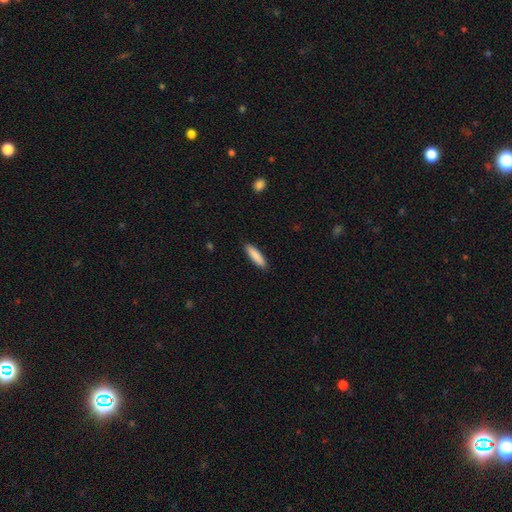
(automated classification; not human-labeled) smooth_or_featured: smooth (p=0.87) [alt: featured or disk p=0.08]
how_rounded: cigar-shaped (p=0.74) [alt: in between p=0.25]
merging: none (p=0.90) [alt: minor disturbance p=0.08]